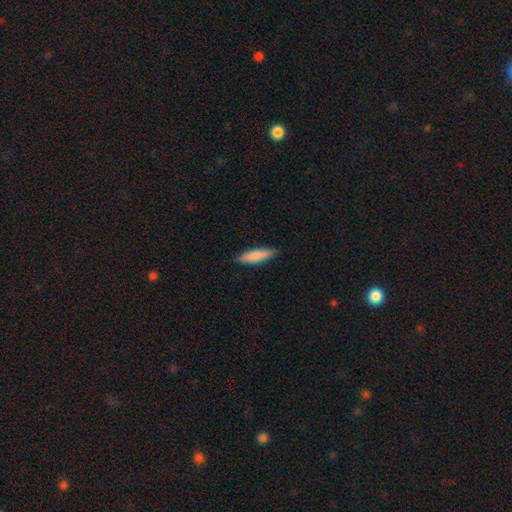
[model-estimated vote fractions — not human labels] Q: Smooth or featured?
A: smooth (83%); runner-up: featured or disk (12%)
Q: How rounded?
A: cigar-shaped (72%); runner-up: in between (27%)
Q: Merging?
A: none (89%); runner-up: minor disturbance (9%)